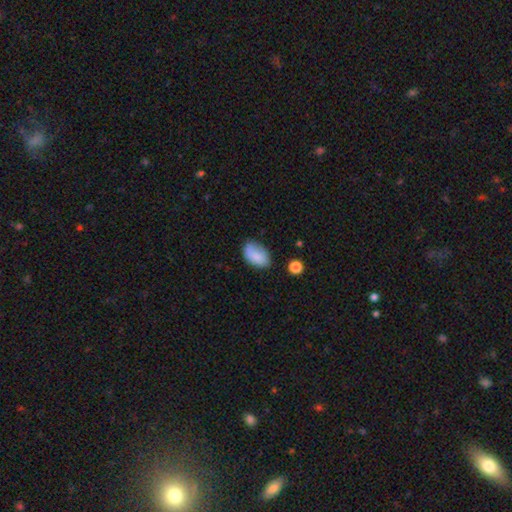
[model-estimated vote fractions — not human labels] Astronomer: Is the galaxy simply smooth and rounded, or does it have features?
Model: smooth — 82%.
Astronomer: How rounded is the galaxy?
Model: in between — 92%.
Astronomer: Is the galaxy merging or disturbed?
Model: none — 64%.